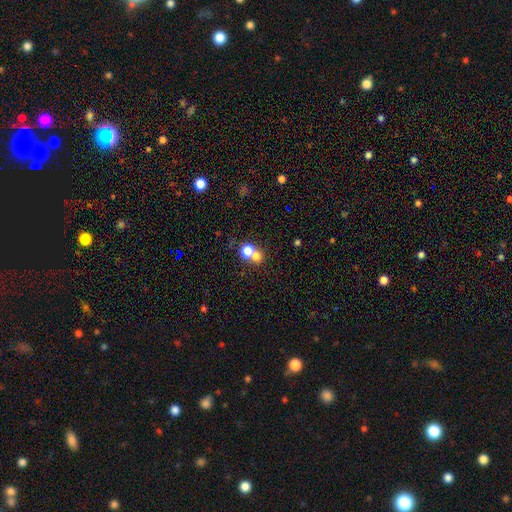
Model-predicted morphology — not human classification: smooth_or_featured: smooth (p=0.71) [alt: star or artifact p=0.17]
how_rounded: round (p=0.81) [alt: in between p=0.18]
merging: merger (p=0.50) [alt: none p=0.41]